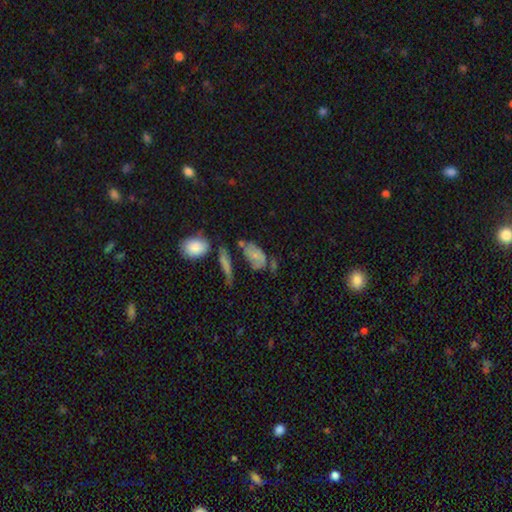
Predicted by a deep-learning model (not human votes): A smooth galaxy with no disk features (58%) that is in between round and cigar-shaped (85%).

Vote fractions:
- Smooth or featured? smooth: 58% / featured or disk: 32% / star or artifact: 10%
- How rounded? in between: 85% / round: 9% / cigar-shaped: 6%
- Merging? none: 39% / minor disturbance: 26% / merger: 18% / major disturbance: 17%